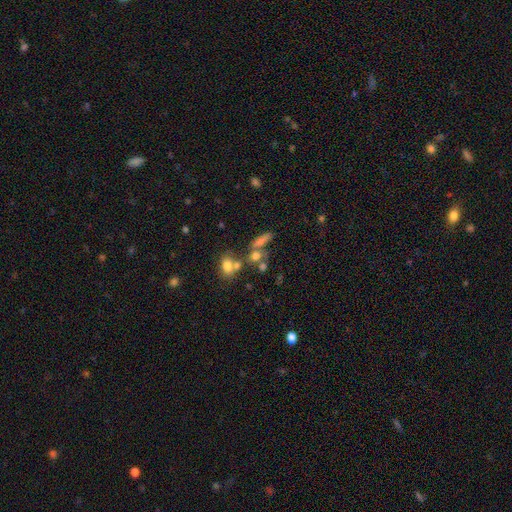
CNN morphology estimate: This appears to be a smooth galaxy with no disk features (61%) that is in between round and cigar-shaped (46%). Merging: none (40%, tied with merger).